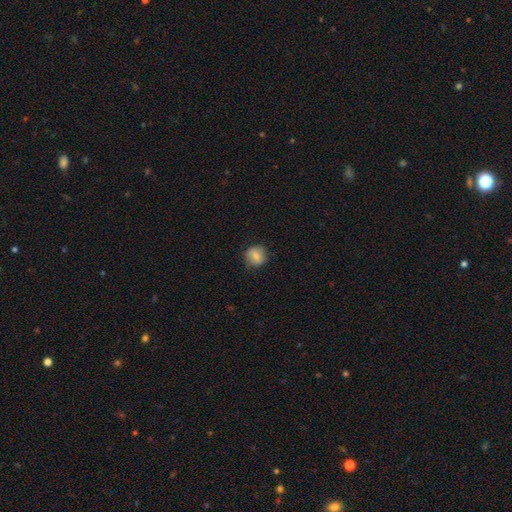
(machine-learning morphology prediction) type=smooth (77%); roundness=round (86%); merging=none (83%).